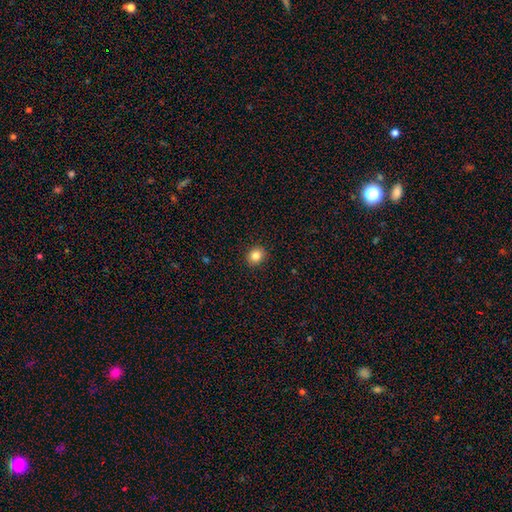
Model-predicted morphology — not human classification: This is clearly a smooth galaxy (83%). How rounded: likely round (75%). Merging: clearly none (92%).